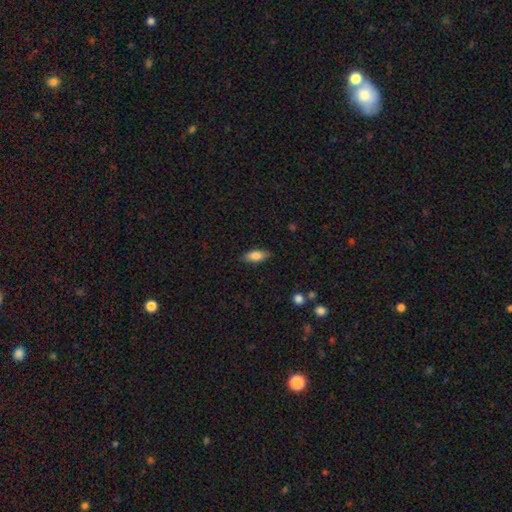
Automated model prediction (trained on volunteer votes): A smooth galaxy with no disk features (83%) that is in between round and cigar-shaped (82%).

Vote fractions:
- Smooth or featured? smooth: 83% / featured or disk: 11% / star or artifact: 7%
- How rounded? in between: 82% / cigar-shaped: 16% / round: 2%
- Merging? none: 85% / minor disturbance: 12% / major disturbance: 3% / merger: 1%